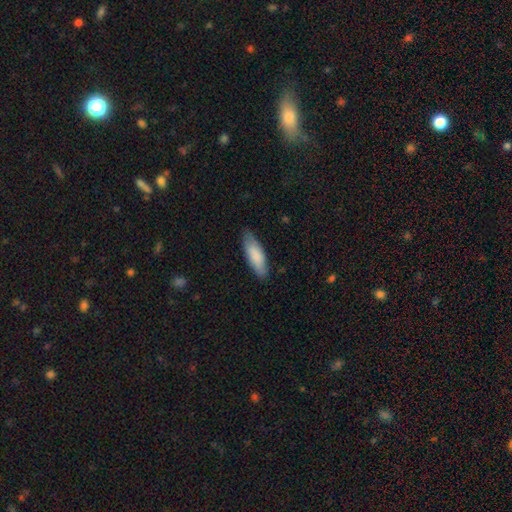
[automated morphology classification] smooth-or-featured: smooth: 84% | featured or disk: 11% | star or artifact: 5%
  how-rounded: in between: 61% | cigar-shaped: 38% | round: 1%
  merging: none: 80% | minor disturbance: 16% | major disturbance: 3% | merger: 1%